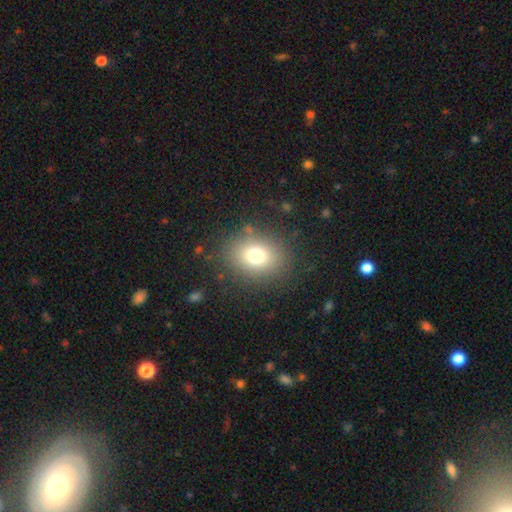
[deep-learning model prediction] This appears to be a smooth galaxy with no disk features (74%) that is round (56%). Merging: none (84%).